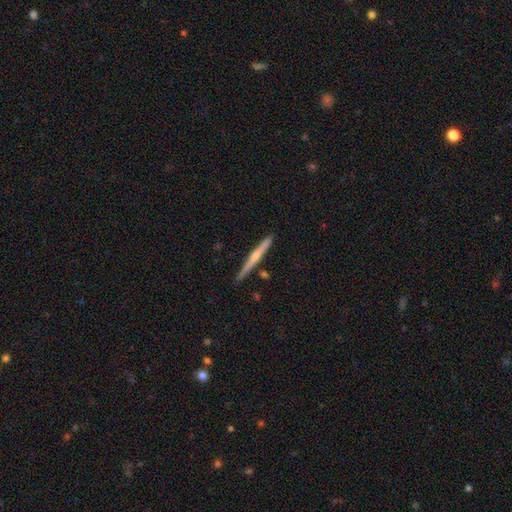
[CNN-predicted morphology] type=featured or disk (63%); edge-on=yes (98%); edge-on bulge=rounded (70%); merging=none (88%).